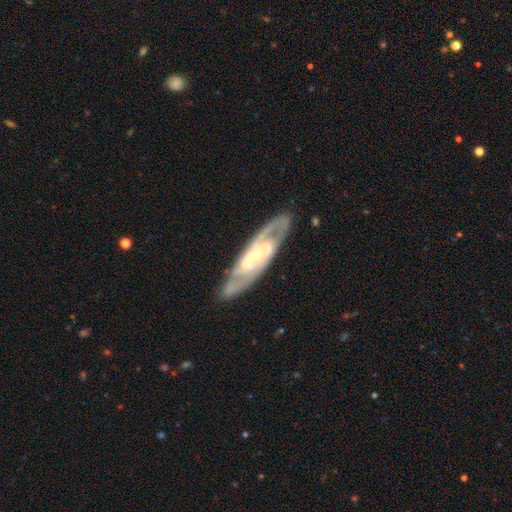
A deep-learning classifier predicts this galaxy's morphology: A featured or disk galaxy (87%) with no bar (37%), 2 (80%) tight (47%) spiral arms (93%) and a small central bulge (54%).

Vote fractions:
- Smooth or featured? featured or disk: 87% / smooth: 9% / star or artifact: 4%
- Edge-on disk? no: 85% / yes: 15%
- Bar? no: 37% / weak: 36% / strong: 27%
- Spiral arms? yes: 93% / no: 7%
- Spiral winding? tight: 47% / medium: 43% / loose: 10%
- Spiral arm count? 2: 80% / can't tell: 11% / 3: 4% / 1: 2% / 4: 1% / more than 4: 1%
- Bulge size? small: 54% / moderate: 41% / large: 3% / none: 2% / dominant: 1%
- Merging? none: 83% / minor disturbance: 12% / major disturbance: 4% / merger: 2%